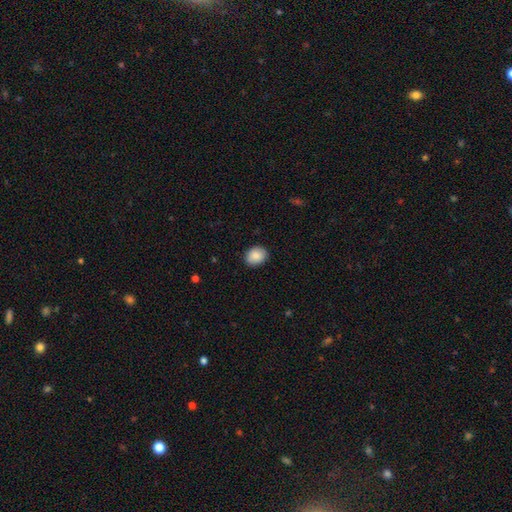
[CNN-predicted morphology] The model was most divided on "how rounded": round: 54%, in between: 45%, cigar-shaped: 1%. More confident: merging — none (88%); smooth or featured — smooth (87%).